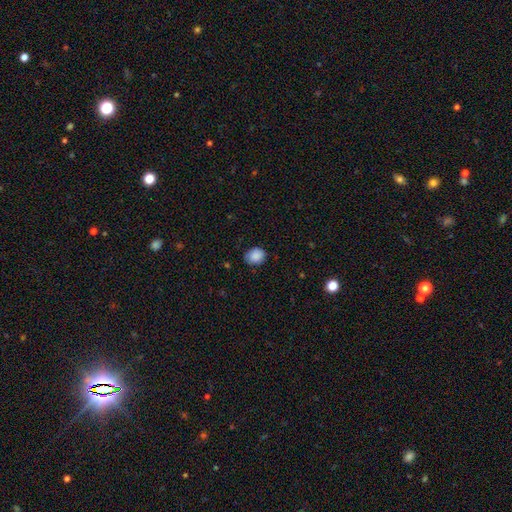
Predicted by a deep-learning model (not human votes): Smooth or featured: smooth — 87% (star or artifact — 8%)
How rounded: round — 54% (in between — 45%)
Merging: none — 77% (minor disturbance — 19%)